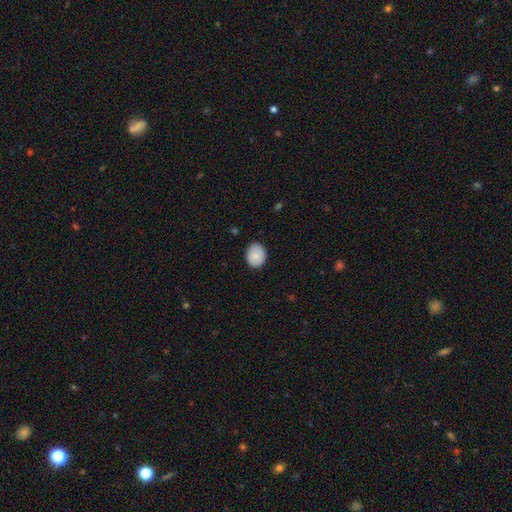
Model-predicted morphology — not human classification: This is clearly a smooth galaxy (84%). How rounded: possibly round (57%). Merging: clearly none (85%).